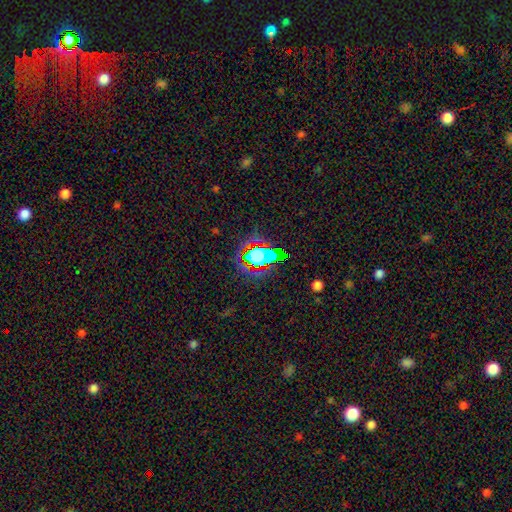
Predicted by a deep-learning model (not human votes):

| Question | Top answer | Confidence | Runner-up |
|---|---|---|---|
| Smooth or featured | star or artifact | 49% | smooth (33%) |